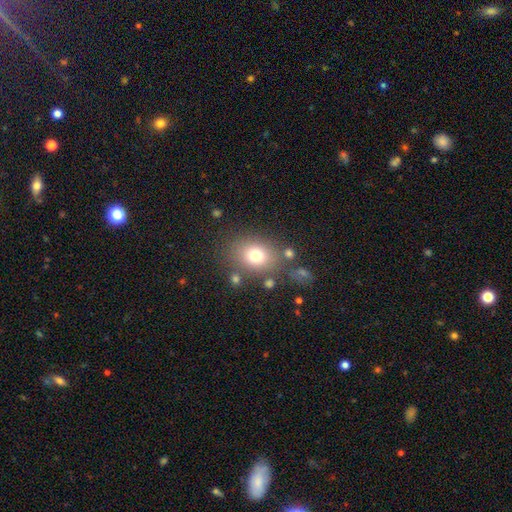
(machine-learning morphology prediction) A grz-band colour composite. It shows a smooth galaxy with no disk features (75%) that is round (51%). Merging: none (75%).